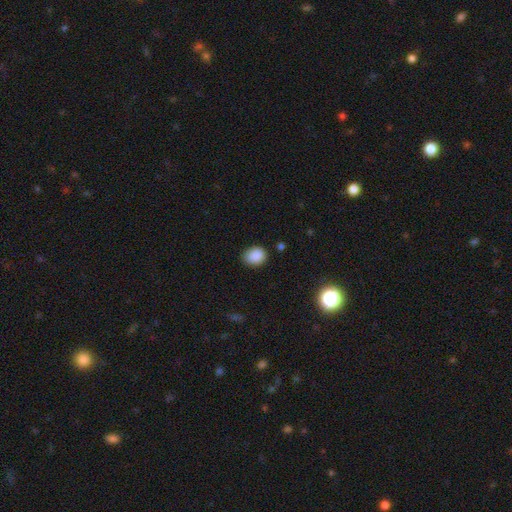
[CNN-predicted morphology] A smooth galaxy with no disk features (87%) that is in between round and cigar-shaped (53%).

Vote fractions:
- Smooth or featured? smooth: 87% / star or artifact: 9% / featured or disk: 3%
- How rounded? in between: 53% / round: 46% / cigar-shaped: 1%
- Merging? none: 79% / minor disturbance: 16% / major disturbance: 3% / merger: 2%